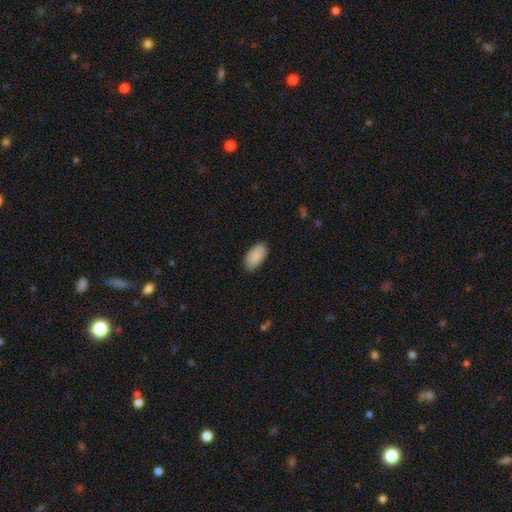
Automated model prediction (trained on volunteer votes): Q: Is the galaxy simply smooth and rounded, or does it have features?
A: smooth — 88%.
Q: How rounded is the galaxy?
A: in between — 94%.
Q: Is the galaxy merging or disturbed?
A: none — 81%.